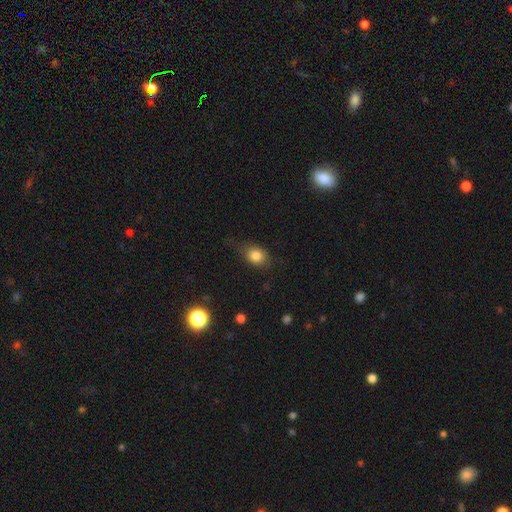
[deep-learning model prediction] smooth 82%, star or artifact 10%, featured or disk 9%. Down the decision tree: how rounded — in between (58%); merging — none (64%).